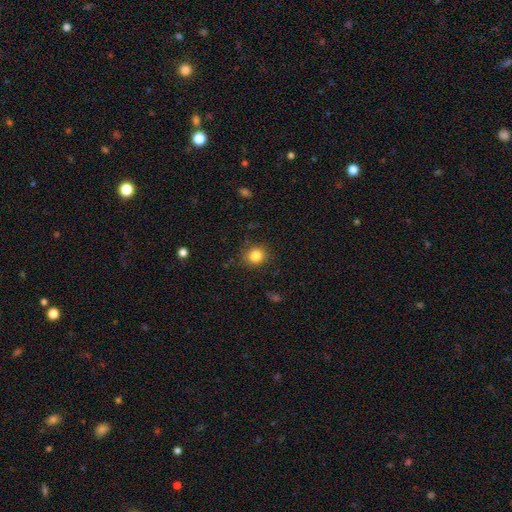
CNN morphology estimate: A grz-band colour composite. It shows a smooth galaxy with no disk features (84%) that is round (79%). Merging: none (86%).